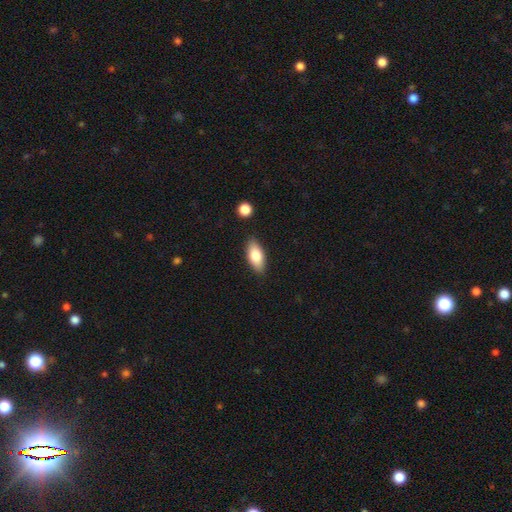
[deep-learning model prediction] Smooth or featured? smooth (79%)
How rounded? in between (88%)
Merging? none (86%)